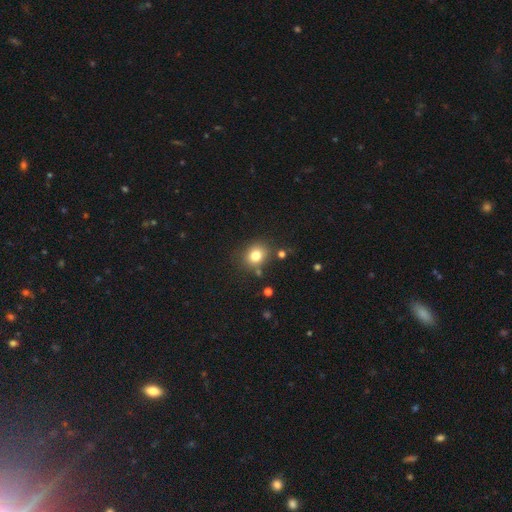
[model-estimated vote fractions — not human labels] Q: Smooth or featured?
A: smooth (80%); runner-up: star or artifact (12%)
Q: How rounded?
A: round (68%); runner-up: in between (31%)
Q: Merging?
A: none (79%); runner-up: minor disturbance (12%)